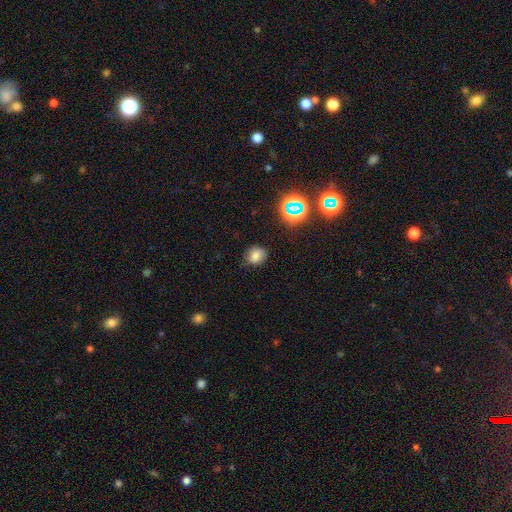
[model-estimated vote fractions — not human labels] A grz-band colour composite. It shows a smooth galaxy with no disk features (75%) that is round (67%). Merging: none (78%).